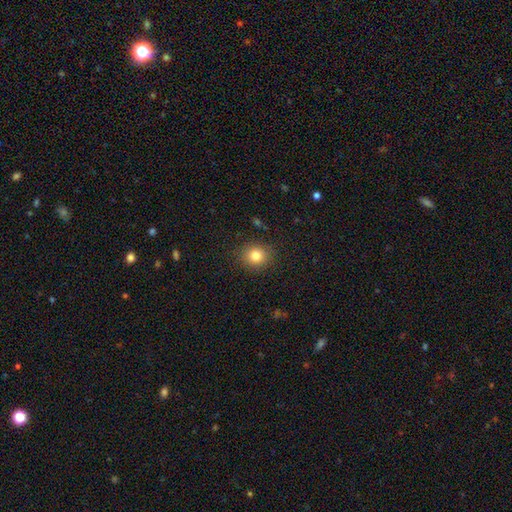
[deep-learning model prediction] Overall: smooth (82%). How rounded: round (82%). Merging: none (89%).